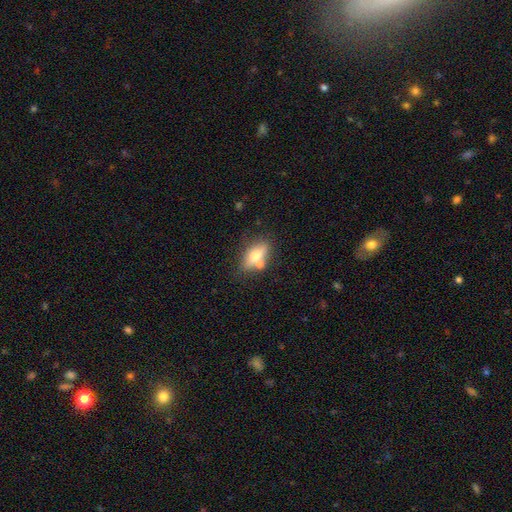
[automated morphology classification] Overall: smooth (62%; featured or disk 30%). How rounded: in between (75%). Merging: none (61%).